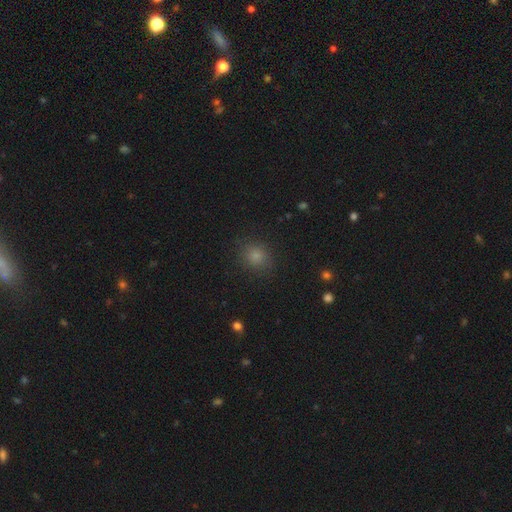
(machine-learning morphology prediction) smooth-or-featured: smooth: 74% | star or artifact: 20% | featured or disk: 5%
  how-rounded: round: 83% | in between: 16% | cigar-shaped: 1%
  merging: none: 89% | minor disturbance: 8% | major disturbance: 3% | merger: 1%